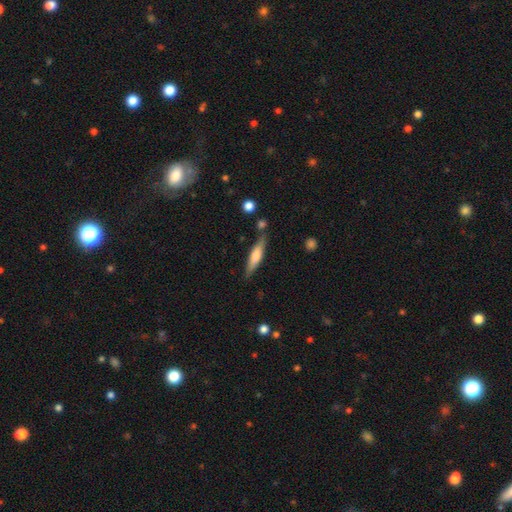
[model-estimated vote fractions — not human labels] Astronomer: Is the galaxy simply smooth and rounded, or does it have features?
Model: smooth — 50% (runner-up: featured or disk, 44%).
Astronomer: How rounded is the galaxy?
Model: cigar-shaped — 82%.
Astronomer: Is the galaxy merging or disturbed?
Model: none — 79%.